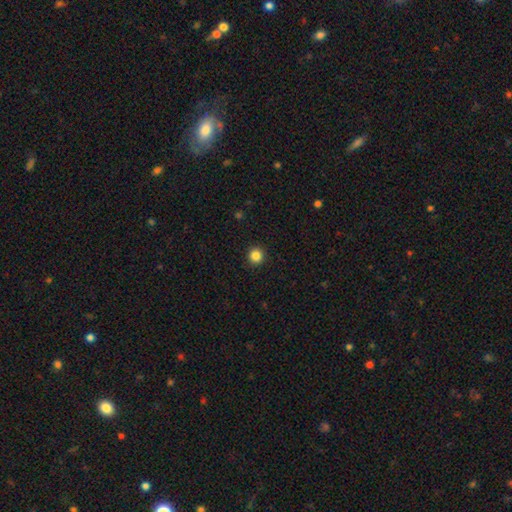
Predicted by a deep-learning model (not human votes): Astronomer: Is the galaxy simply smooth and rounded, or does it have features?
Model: smooth — 86%.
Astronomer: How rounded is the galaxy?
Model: round — 95%.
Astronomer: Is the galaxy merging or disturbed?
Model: none — 93%.